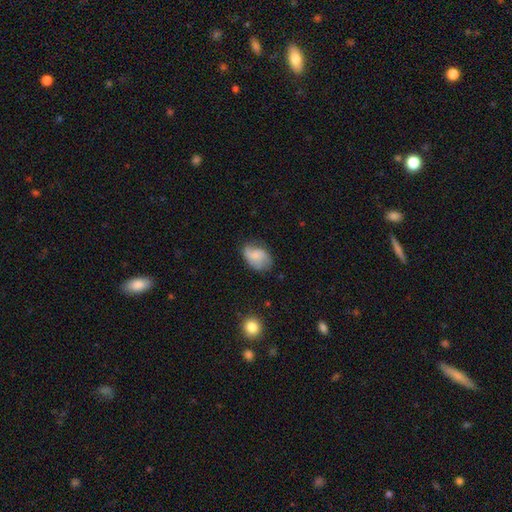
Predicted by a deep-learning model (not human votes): Morphology: type=smooth (58%); roundness=in between (82%); merging=none (56%).